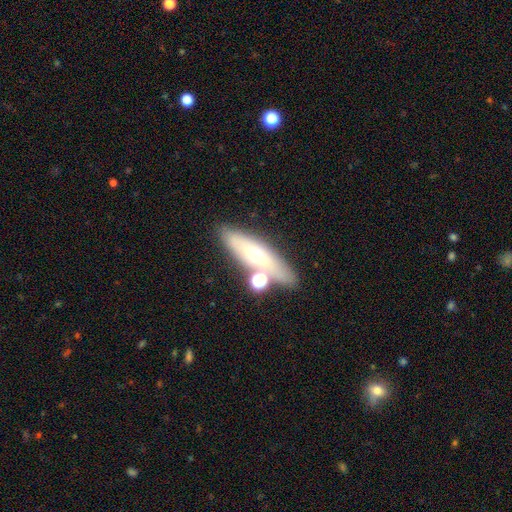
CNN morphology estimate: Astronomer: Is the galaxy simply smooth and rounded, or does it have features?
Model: smooth — 47% (runner-up: featured or disk, 42%).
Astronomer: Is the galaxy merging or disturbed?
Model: none — 67%.